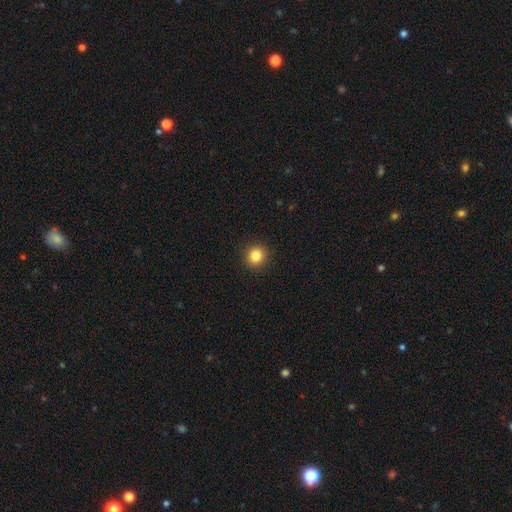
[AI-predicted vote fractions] Smooth or featured: smooth — 85% (star or artifact — 11%)
How rounded: round — 88% (in between — 11%)
Merging: none — 91% (minor disturbance — 6%)